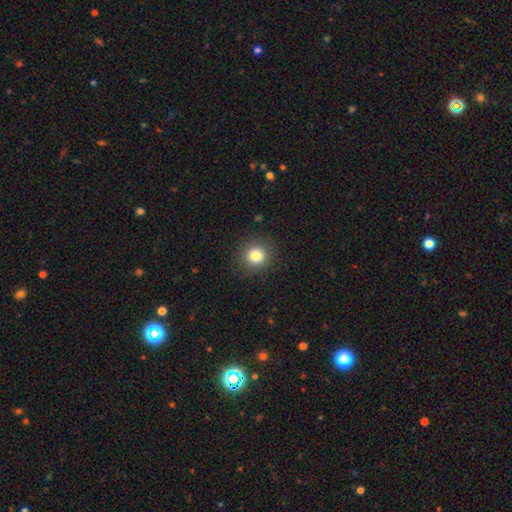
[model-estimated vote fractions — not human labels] smooth_or_featured: smooth (p=0.82) [alt: star or artifact p=0.12]
how_rounded: round (p=0.92) [alt: in between p=0.07]
merging: none (p=0.90) [alt: minor disturbance p=0.06]